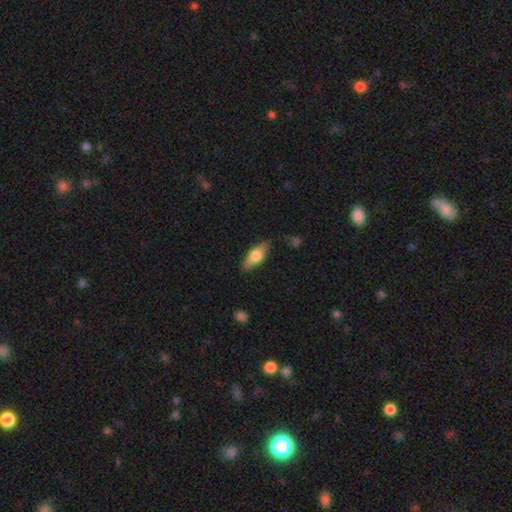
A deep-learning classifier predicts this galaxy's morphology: Smooth or featured? smooth (64%)
How rounded? in between (73%)
Merging? none (81%)